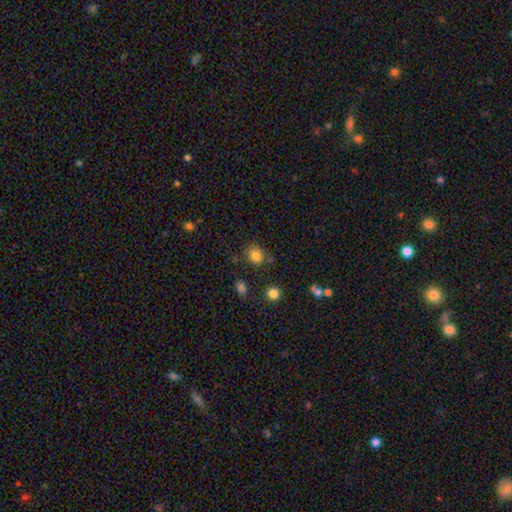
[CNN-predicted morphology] This is clearly a smooth galaxy (82%). How rounded: likely round (72%). Merging: likely none (76%).